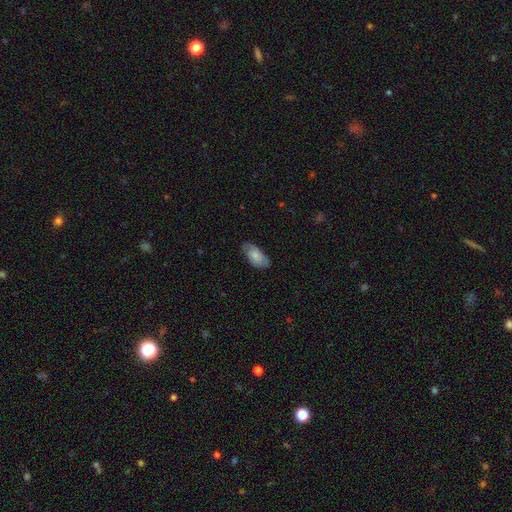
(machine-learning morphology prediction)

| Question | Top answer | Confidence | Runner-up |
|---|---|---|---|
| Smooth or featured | smooth | 73% | featured or disk (21%) |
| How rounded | in between | 93% | cigar-shaped (4%) |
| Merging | none | 74% | minor disturbance (21%) |